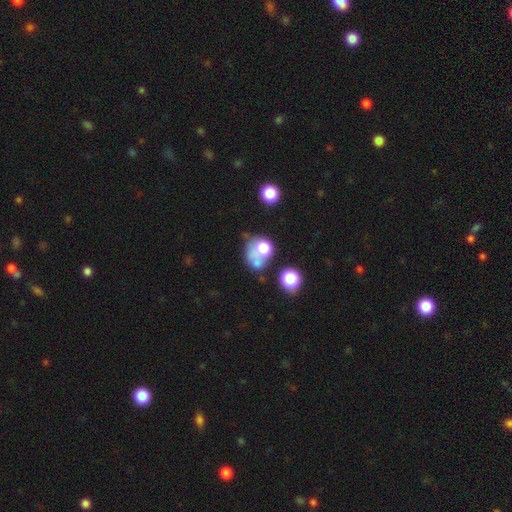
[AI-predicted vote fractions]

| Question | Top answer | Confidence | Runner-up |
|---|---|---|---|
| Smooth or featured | smooth | 60% | featured or disk (25%) |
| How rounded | round | 61% | in between (38%) |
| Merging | merger | 38% | none (28%) |